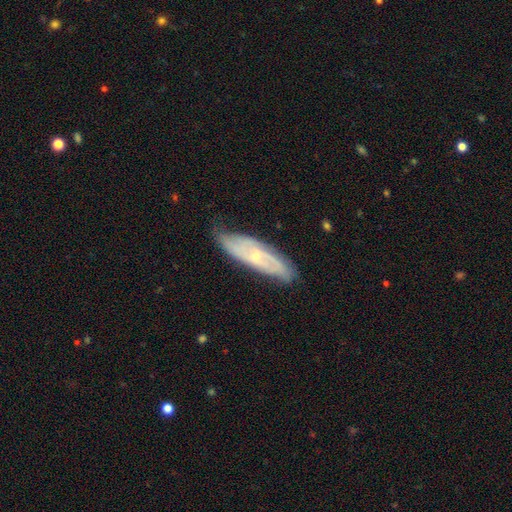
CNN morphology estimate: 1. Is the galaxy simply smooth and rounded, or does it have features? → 69% featured or disk, 25% smooth, 7% star or artifact.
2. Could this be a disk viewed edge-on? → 73% no, 27% yes.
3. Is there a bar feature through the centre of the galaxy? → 65% no, 28% weak, 7% strong.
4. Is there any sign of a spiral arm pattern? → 81% yes, 19% no.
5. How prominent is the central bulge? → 68% small, 28% moderate, 2% none, 1% large, 1% dominant.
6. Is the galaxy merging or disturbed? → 74% none, 21% minor disturbance, 4% major disturbance, 1% merger.